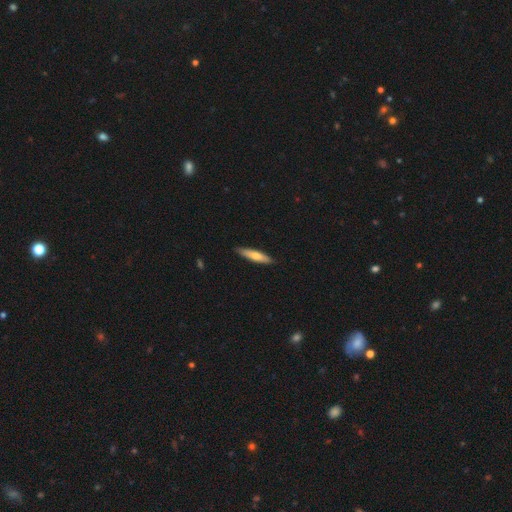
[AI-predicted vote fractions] Smooth or featured? Predicted: smooth (p=0.63). How rounded? Predicted: cigar-shaped (p=0.83). Merging? Predicted: none (p=0.89).